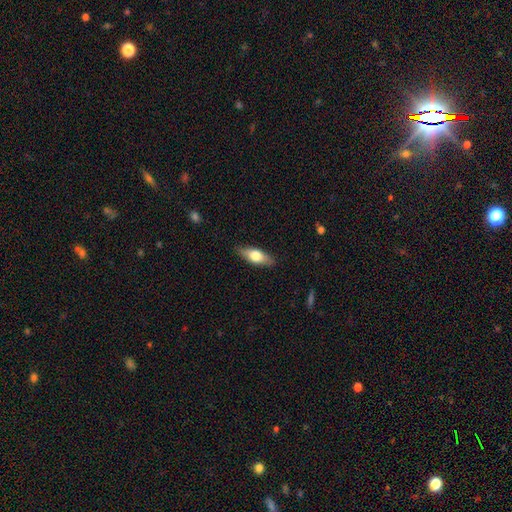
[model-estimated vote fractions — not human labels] Smooth or featured: smooth — 60% (featured or disk — 34%)
How rounded: in between — 67% (cigar-shaped — 30%)
Merging: none — 86% (minor disturbance — 10%)